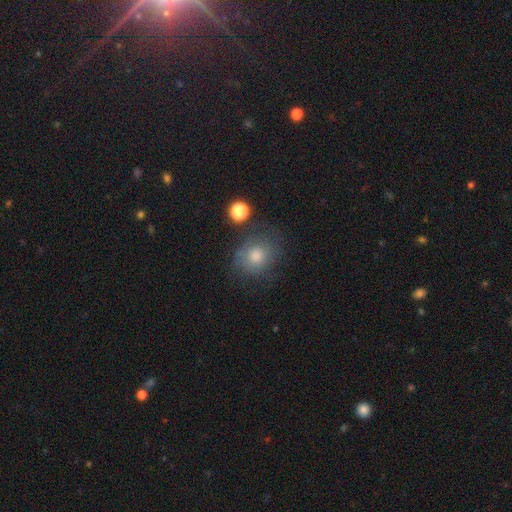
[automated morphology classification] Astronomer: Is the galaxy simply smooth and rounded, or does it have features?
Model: smooth — 65%.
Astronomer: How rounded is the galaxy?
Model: round — 69%.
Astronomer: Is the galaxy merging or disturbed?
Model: none — 67%.